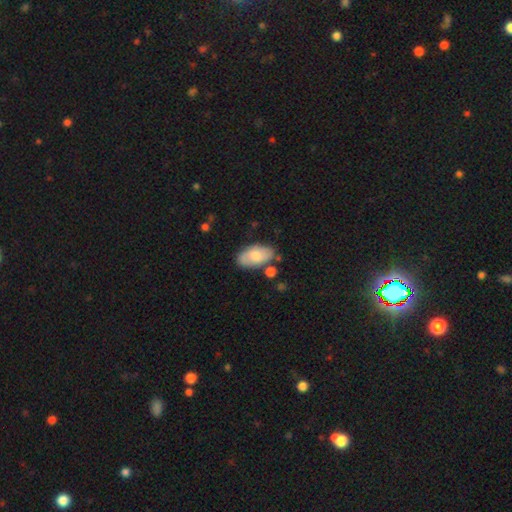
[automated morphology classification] Q: Smooth or featured?
A: smooth (64%); runner-up: featured or disk (30%)
Q: How rounded?
A: in between (94%); runner-up: round (4%)
Q: Merging?
A: none (69%); runner-up: minor disturbance (18%)